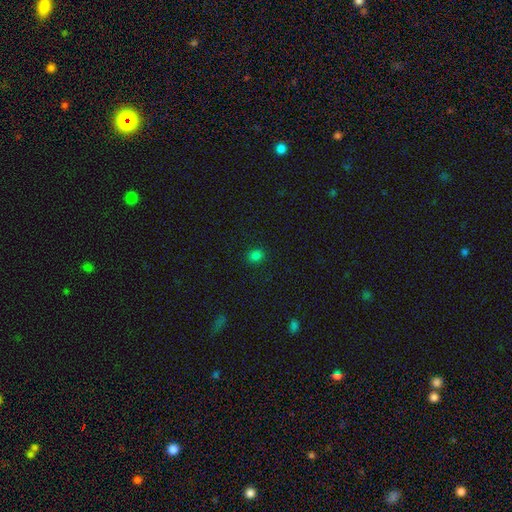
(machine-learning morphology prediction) smooth_or_featured: smooth (p=0.80) [alt: star or artifact p=0.16]
how_rounded: round (p=0.58) [alt: in between p=0.41]
merging: none (p=0.89) [alt: minor disturbance p=0.08]